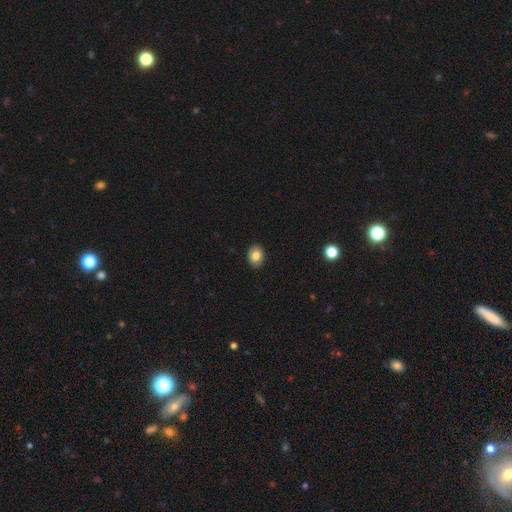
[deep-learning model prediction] The model was most divided on "how rounded": in between: 70%, round: 29%, cigar-shaped: 1%. More confident: merging — none (89%); smooth or featured — smooth (81%).